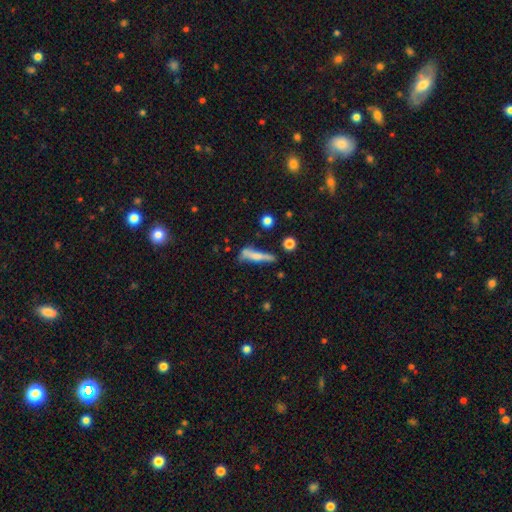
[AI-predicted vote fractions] The model was most divided on "smooth or featured": smooth: 51%, featured or disk: 41%, star or artifact: 8%. More confident: how rounded — cigar-shaped (85%); merging — none (55%).